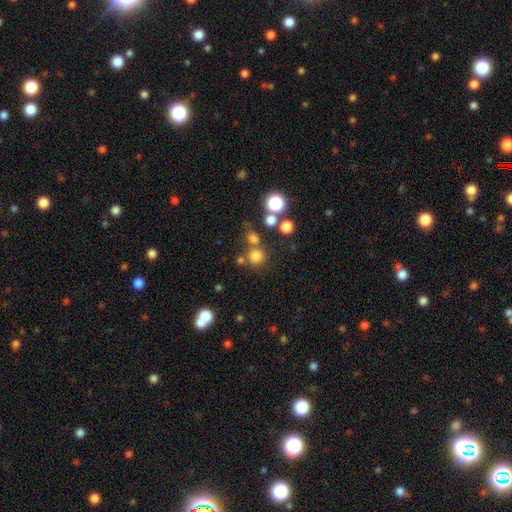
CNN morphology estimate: smooth-or-featured: smooth: 74% | star or artifact: 19% | featured or disk: 7%
  how-rounded: round: 92% | in between: 7% | cigar-shaped: 1%
  merging: none: 70% | merger: 18% | minor disturbance: 8% | major disturbance: 4%